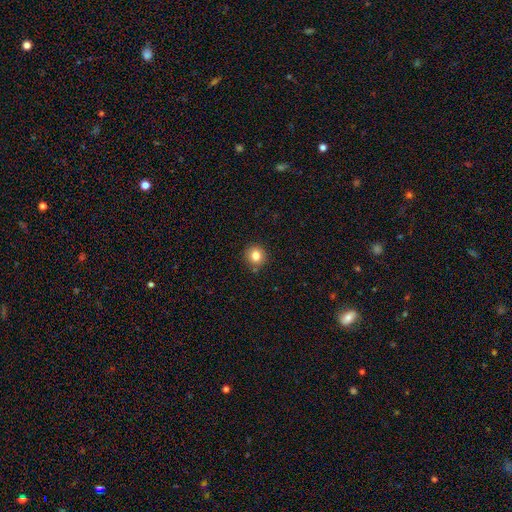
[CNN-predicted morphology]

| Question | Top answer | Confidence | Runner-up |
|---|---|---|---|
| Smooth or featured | smooth | 82% | star or artifact (11%) |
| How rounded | round | 90% | in between (10%) |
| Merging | none | 86% | minor disturbance (9%) |